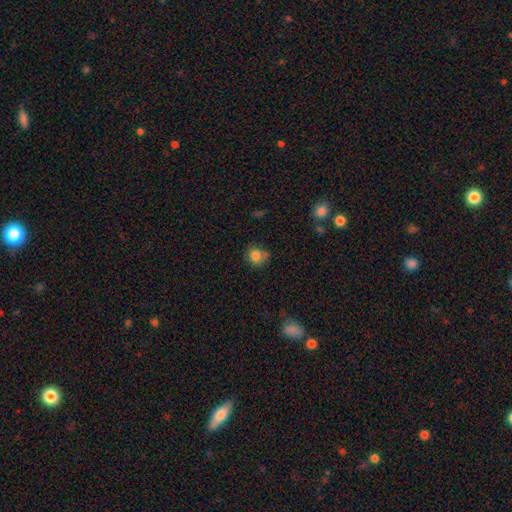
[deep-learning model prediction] Smooth or featured? Predicted: smooth (p=0.82). How rounded? Predicted: round (p=0.81). Merging? Predicted: none (p=0.63).